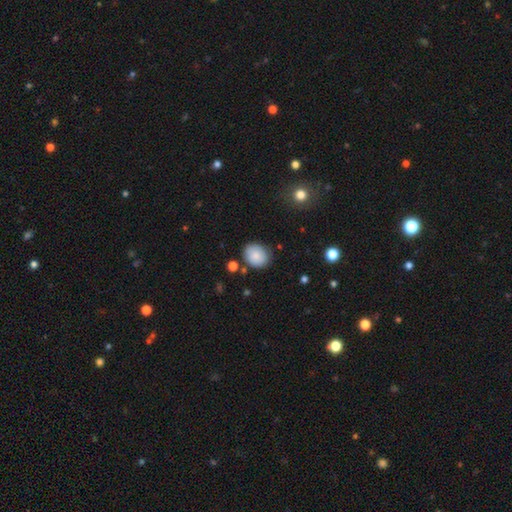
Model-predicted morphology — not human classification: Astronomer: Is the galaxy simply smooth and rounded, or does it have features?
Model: smooth — 83%.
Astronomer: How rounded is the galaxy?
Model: round — 57% (runner-up: in between, 42%).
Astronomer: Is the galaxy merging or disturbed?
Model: none — 80%.